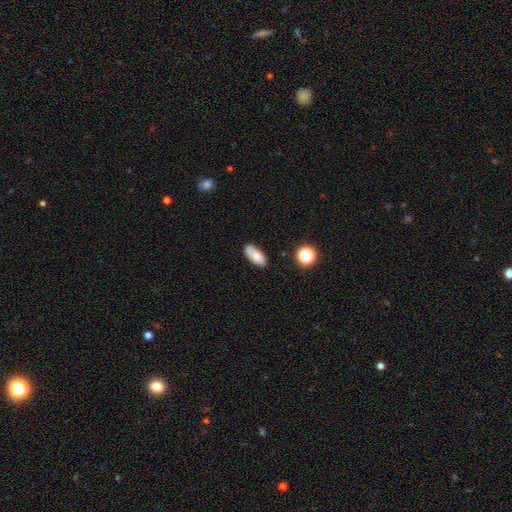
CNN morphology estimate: type=smooth (78%); roundness=in between (87%); merging=none (74%).